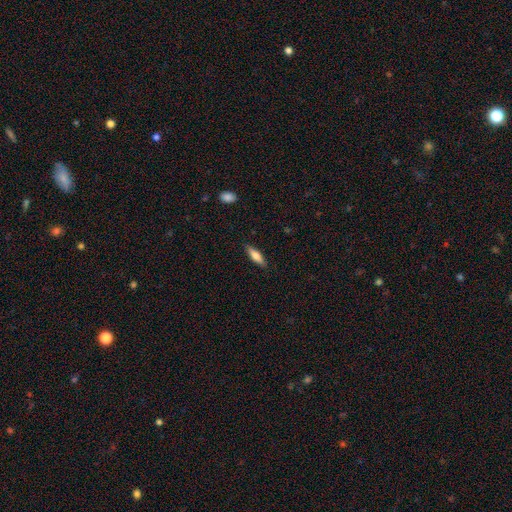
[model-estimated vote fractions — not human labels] Smooth or featured? smooth (66%)
How rounded? cigar-shaped (56%)
Merging? none (87%)